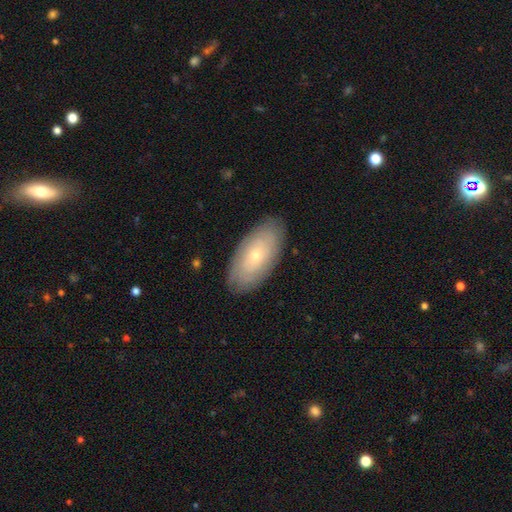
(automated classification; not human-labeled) smooth-or-featured: smooth: 48% | featured or disk: 45% | star or artifact: 7%
  merging: none: 85% | minor disturbance: 12% | major disturbance: 3% | merger: 1%